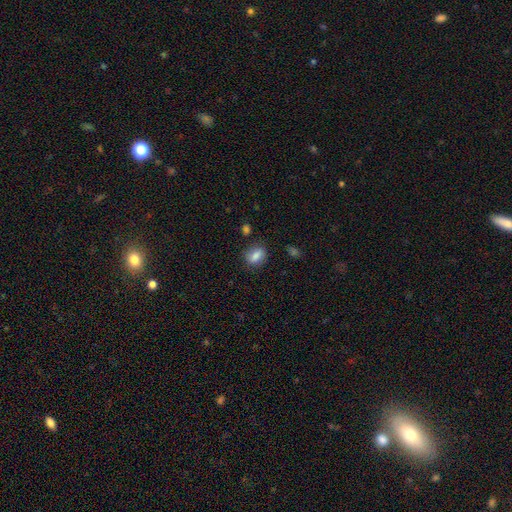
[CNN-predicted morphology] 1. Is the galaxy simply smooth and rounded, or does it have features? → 81% smooth, 10% featured or disk, 9% star or artifact.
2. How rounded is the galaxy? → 68% in between, 29% round, 3% cigar-shaped.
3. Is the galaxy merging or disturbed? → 78% none, 15% minor disturbance, 4% major disturbance, 3% merger.